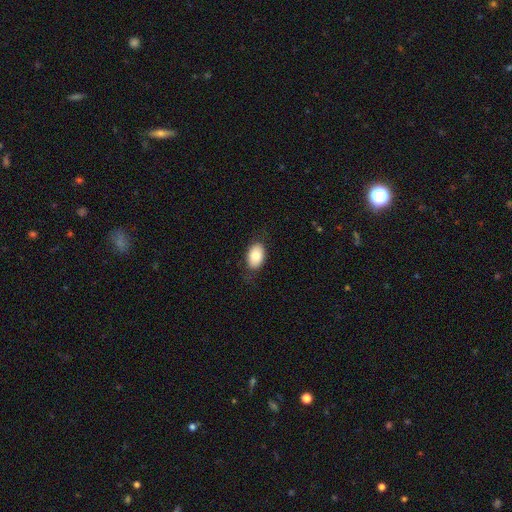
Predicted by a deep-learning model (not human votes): Smooth or featured? Predicted: smooth (p=0.83). How rounded? Predicted: in between (p=0.90). Merging? Predicted: none (p=0.79).